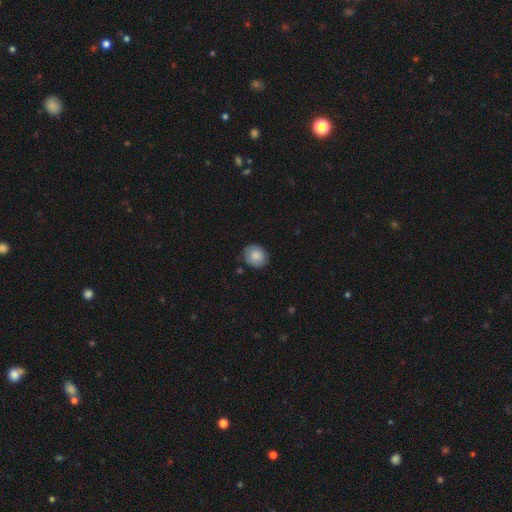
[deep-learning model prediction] smooth-or-featured: smooth: 83% | featured or disk: 10% | star or artifact: 8%
  how-rounded: round: 80% | in between: 19% | cigar-shaped: 1%
  merging: none: 83% | minor disturbance: 13% | major disturbance: 2% | merger: 2%